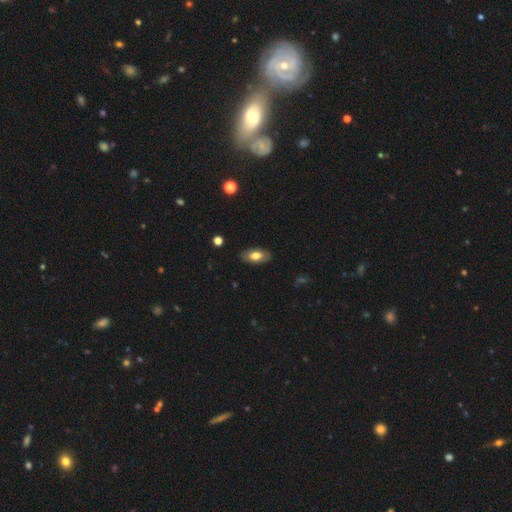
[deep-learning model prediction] Smooth or featured?
  - smooth: 73% *
  - featured or disk: 20%
  - star or artifact: 6%
How rounded?
  - in between: 92% *
  - cigar-shaped: 5%
  - round: 3%
Merging?
  - none: 86% *
  - minor disturbance: 10%
  - major disturbance: 2%
  - merger: 1%